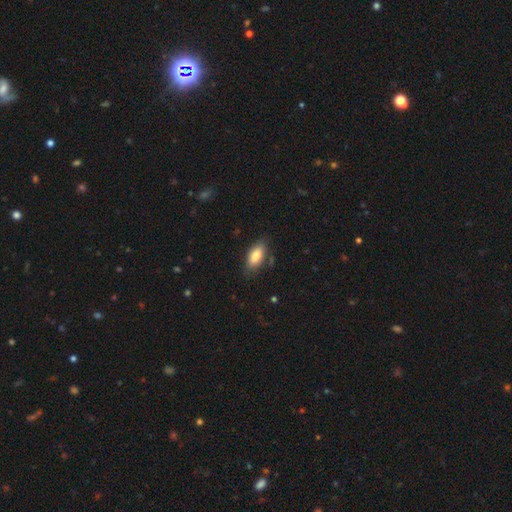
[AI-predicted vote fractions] Overall: smooth (82%). How rounded: in between (86%). Merging: none (78%).